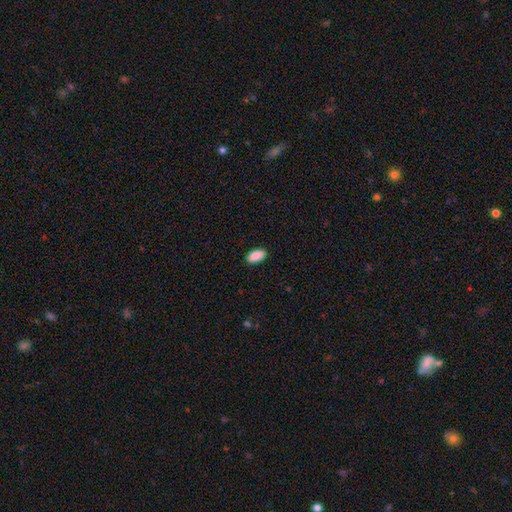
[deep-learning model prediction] Overall: smooth (90%). How rounded: in between (94%). Merging: none (89%).